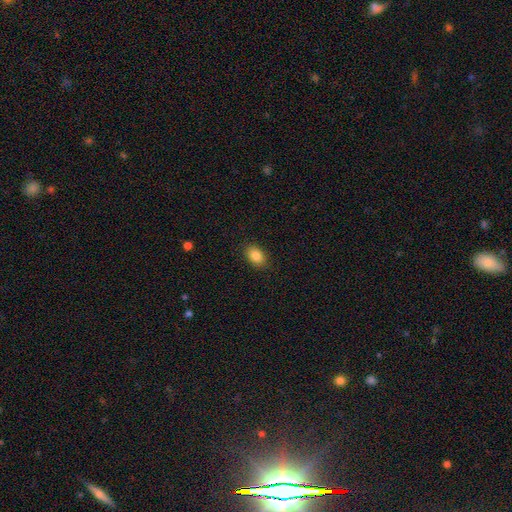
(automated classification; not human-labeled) Morphology: type=smooth (85%); roundness=in between (82%); merging=none (87%).